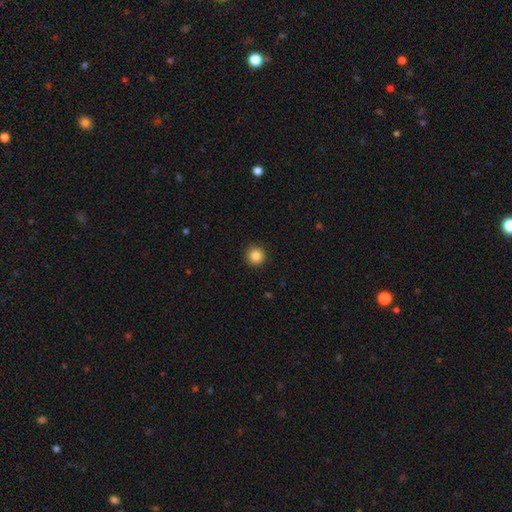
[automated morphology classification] A smooth galaxy with no disk features (85%) that is round (96%). Merging: none (93%).